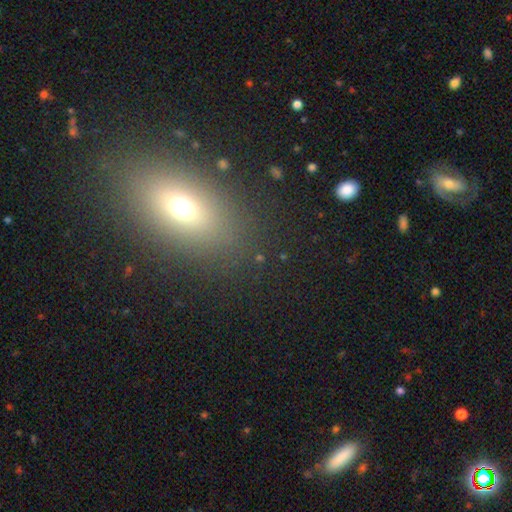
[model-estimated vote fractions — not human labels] Overall: smooth (61%; star or artifact 24%). How rounded: in between (69%). Merging: none (86%).